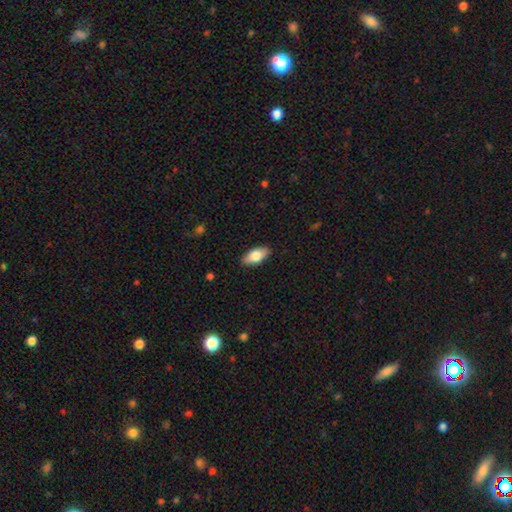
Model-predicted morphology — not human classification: This appears to be a smooth galaxy with no disk features (78%) that is in between round and cigar-shaped (89%). Merging: none (88%).